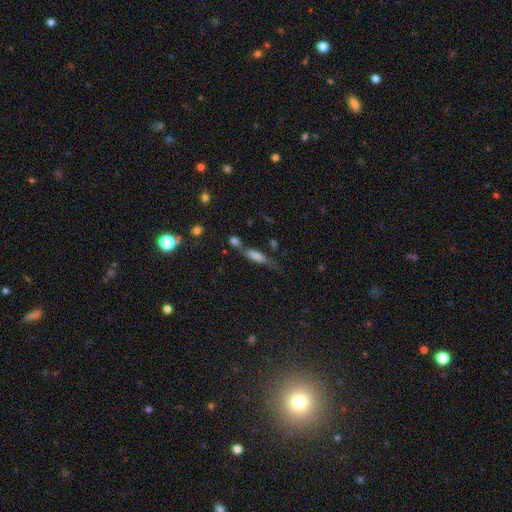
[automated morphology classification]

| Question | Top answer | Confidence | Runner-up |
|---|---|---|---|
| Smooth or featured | smooth | 55% | featured or disk (33%) |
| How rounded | cigar-shaped | 63% | in between (33%) |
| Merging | none | 48% | minor disturbance (21%) |